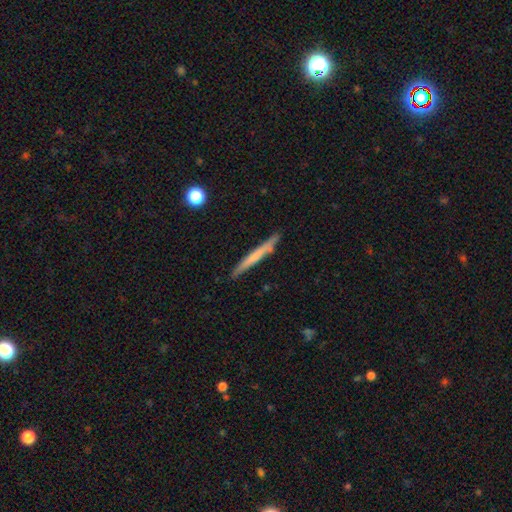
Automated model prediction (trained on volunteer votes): Smooth or featured? smooth (56%)
How rounded? cigar-shaped (97%)
Merging? none (87%)